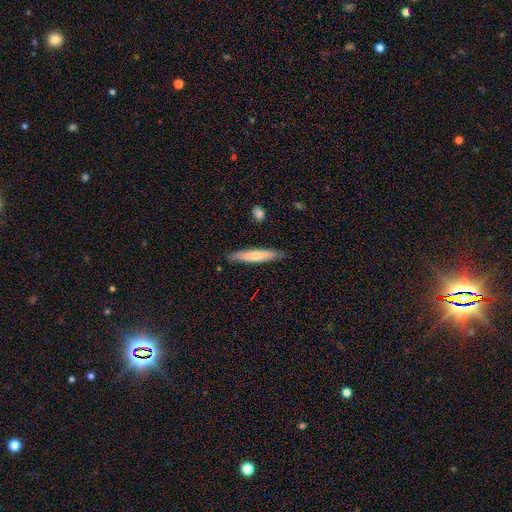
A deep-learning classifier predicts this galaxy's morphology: Overall: smooth (66%; featured or disk 29%). How rounded: cigar-shaped (91%). Merging: none (86%).